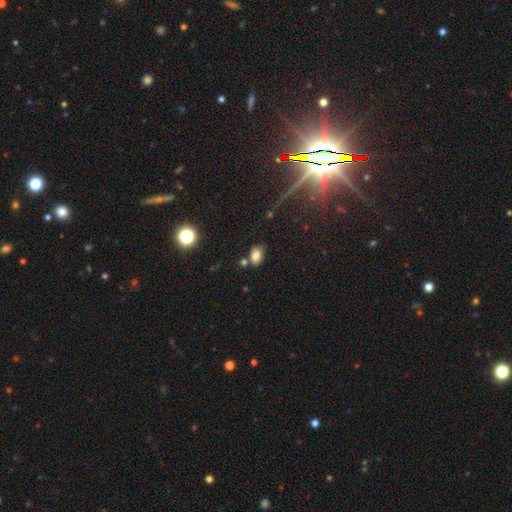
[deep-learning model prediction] Q: Smooth or featured?
A: smooth (78%); runner-up: star or artifact (13%)
Q: How rounded?
A: in between (86%); runner-up: round (12%)
Q: Merging?
A: none (67%); runner-up: minor disturbance (17%)